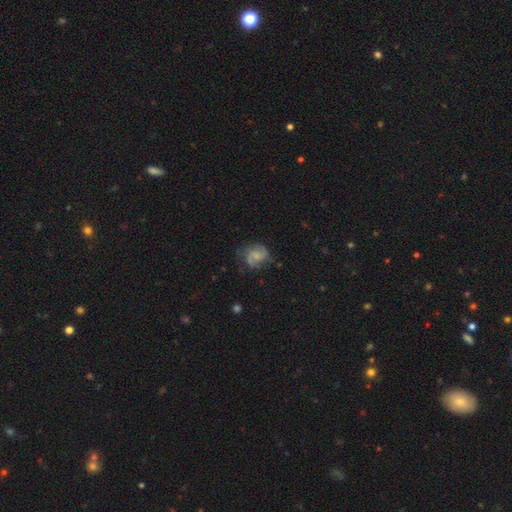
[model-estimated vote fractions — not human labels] Smooth or featured? Predicted: featured or disk (p=0.69). Edge-on disk? Predicted: no (p=0.98). Bar? Predicted: no (p=0.61). Spiral arms? Predicted: yes (p=0.93). Spiral winding? Predicted: medium (p=0.49). Spiral arm count? Predicted: 2 (p=0.78). Bulge size? Predicted: small (p=0.47). Merging? Predicted: none (p=0.63).